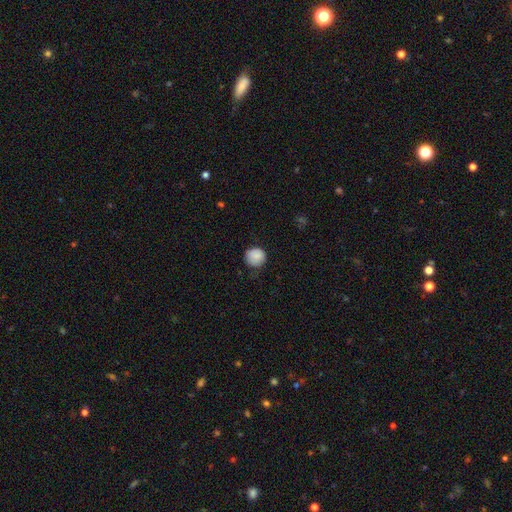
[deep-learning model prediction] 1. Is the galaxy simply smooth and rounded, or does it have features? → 86% smooth, 8% star or artifact, 6% featured or disk.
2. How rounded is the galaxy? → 90% round, 9% in between, 1% cigar-shaped.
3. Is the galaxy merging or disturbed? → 69% none, 25% minor disturbance, 5% major disturbance, 1% merger.